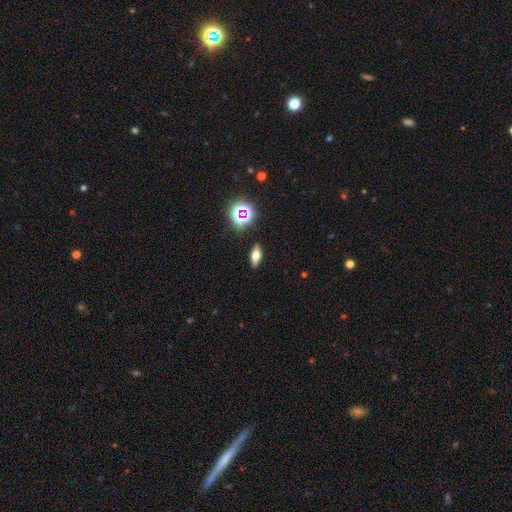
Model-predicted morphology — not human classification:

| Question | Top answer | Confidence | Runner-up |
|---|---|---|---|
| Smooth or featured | smooth | 60% | featured or disk (24%) |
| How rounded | in between | 70% | cigar-shaped (23%) |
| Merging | none | 88% | minor disturbance (8%) |